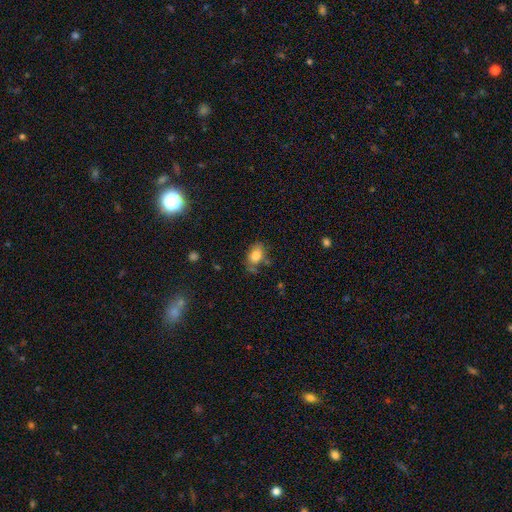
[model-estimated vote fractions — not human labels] A smooth galaxy with no disk features (79%) that is in between round and cigar-shaped (81%).

Vote fractions:
- Smooth or featured? smooth: 79% / featured or disk: 11% / star or artifact: 9%
- How rounded? in between: 81% / round: 17% / cigar-shaped: 2%
- Merging? none: 63% / minor disturbance: 24% / major disturbance: 7% / merger: 6%